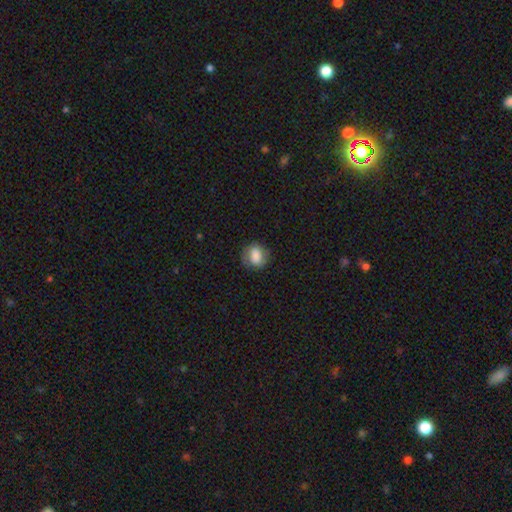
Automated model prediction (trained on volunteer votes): smooth_or_featured: smooth (p=0.78) [alt: featured or disk p=0.13]
how_rounded: round (p=0.53) [alt: in between p=0.46]
merging: none (p=0.75) [alt: minor disturbance p=0.18]